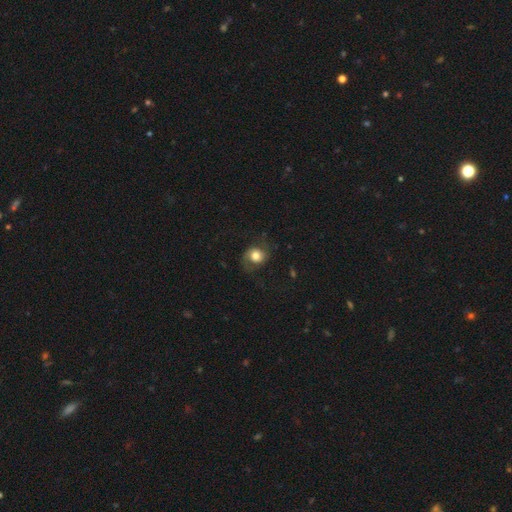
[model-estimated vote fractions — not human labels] This appears to be a smooth galaxy with no disk features (60%) that is round (65%). Merging: none (57%).